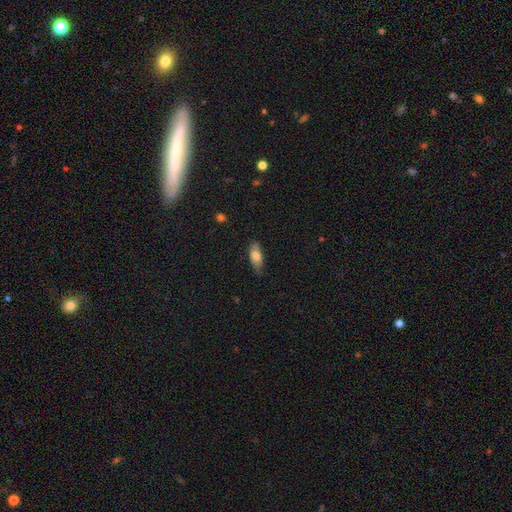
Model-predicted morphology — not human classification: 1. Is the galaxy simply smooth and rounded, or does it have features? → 76% smooth, 18% featured or disk, 7% star or artifact.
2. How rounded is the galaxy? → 75% in between, 22% cigar-shaped, 2% round.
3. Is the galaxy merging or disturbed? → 75% none, 20% minor disturbance, 4% major disturbance, 1% merger.